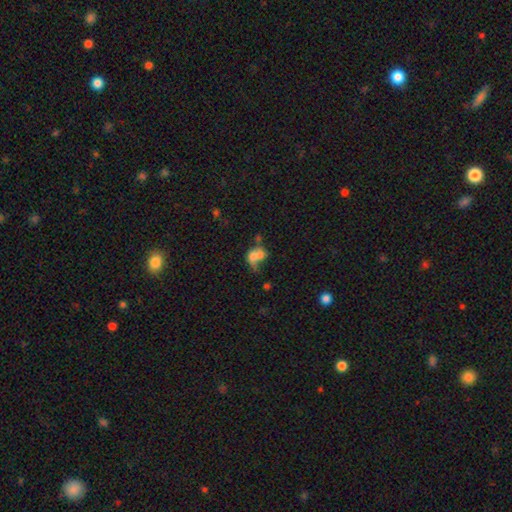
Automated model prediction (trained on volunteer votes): Smooth or featured: smooth — 60% (featured or disk — 27%)
How rounded: in between — 68% (round — 30%)
Merging: merger — 55% (major disturbance — 19%)